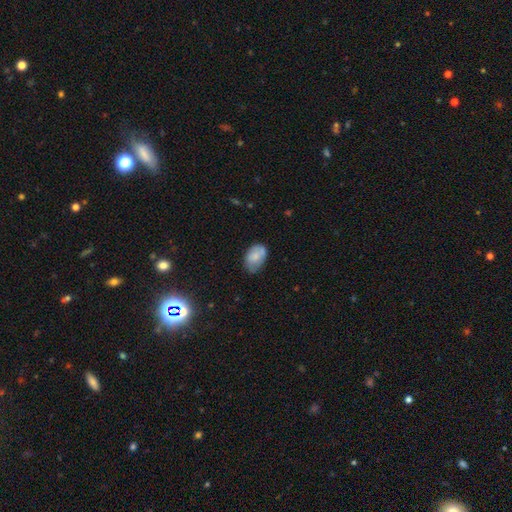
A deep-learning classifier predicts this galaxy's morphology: type=smooth (75%); roundness=in between (89%); merging=none (60%).